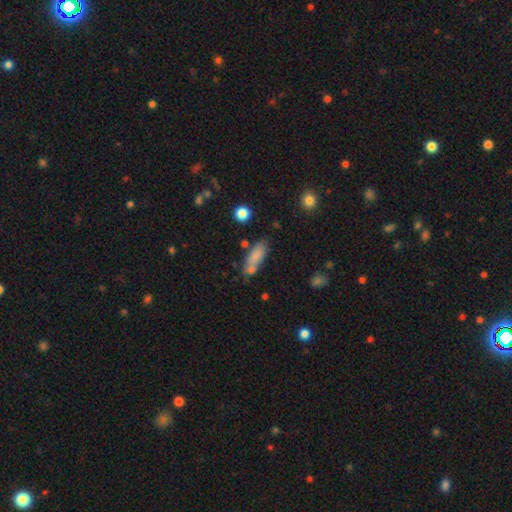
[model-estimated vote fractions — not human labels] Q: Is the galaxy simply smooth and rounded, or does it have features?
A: smooth — 80%.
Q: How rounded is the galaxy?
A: in between — 65%.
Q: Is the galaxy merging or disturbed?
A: none — 57%.